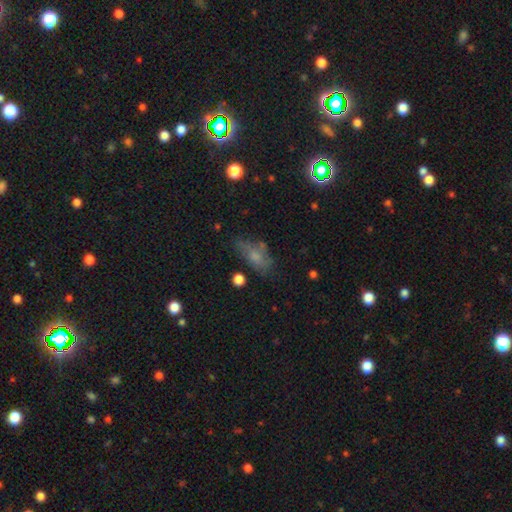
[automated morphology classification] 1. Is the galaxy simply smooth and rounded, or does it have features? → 60% smooth, 25% featured or disk, 14% star or artifact.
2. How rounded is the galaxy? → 80% in between, 12% cigar-shaped, 7% round.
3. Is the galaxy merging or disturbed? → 50% none, 27% minor disturbance, 16% major disturbance, 6% merger.